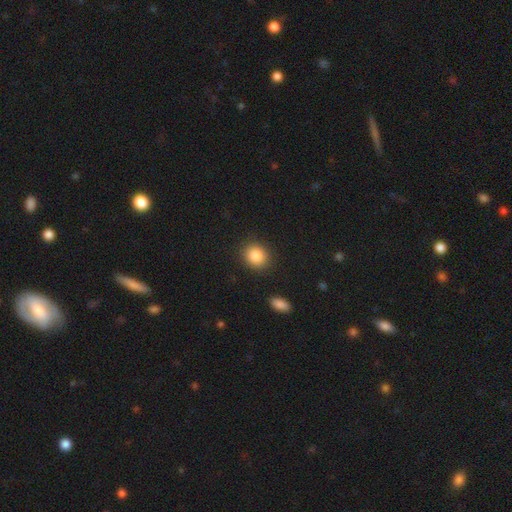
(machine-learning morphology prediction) Smooth or featured? smooth (87%)
How rounded? round (77%)
Merging? none (88%)